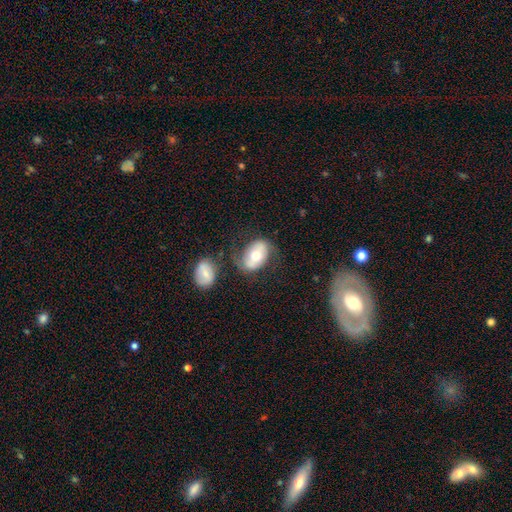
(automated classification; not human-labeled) The model was most divided on "smooth or featured": smooth: 52%, featured or disk: 41%, star or artifact: 7%. More confident: how rounded — in between (83%); merging — none (60%).